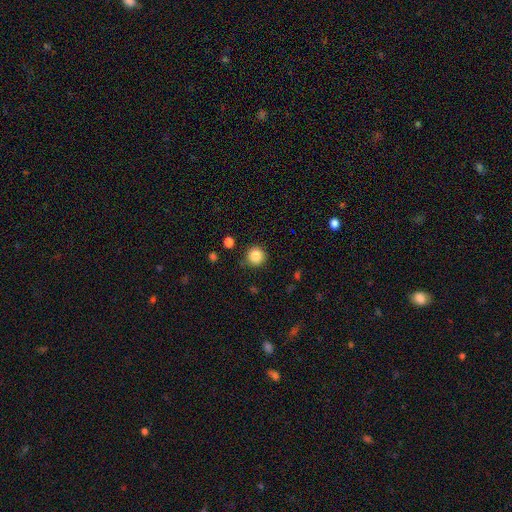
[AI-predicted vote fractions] This appears to be a smooth galaxy with no disk features (87%) that is round (95%). Merging: none (87%).